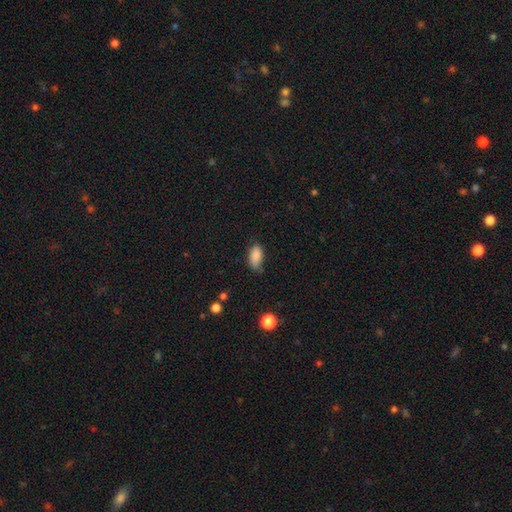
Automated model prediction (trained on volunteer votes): Morphology: type=smooth (86%); roundness=in between (92%); merging=none (59%).